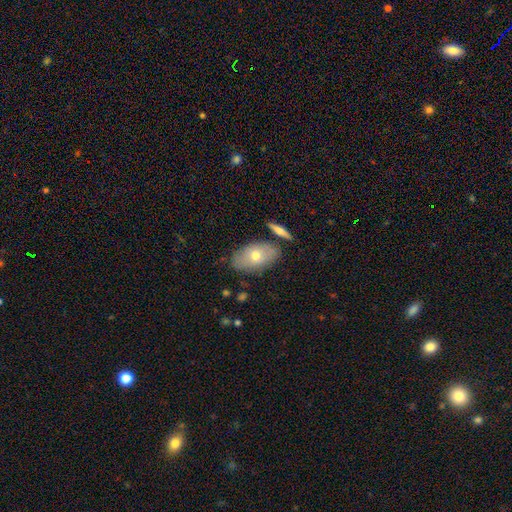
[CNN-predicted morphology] This appears to be a smooth galaxy with no disk features (63%) that is in between round and cigar-shaped (90%). Merging: none (74%).